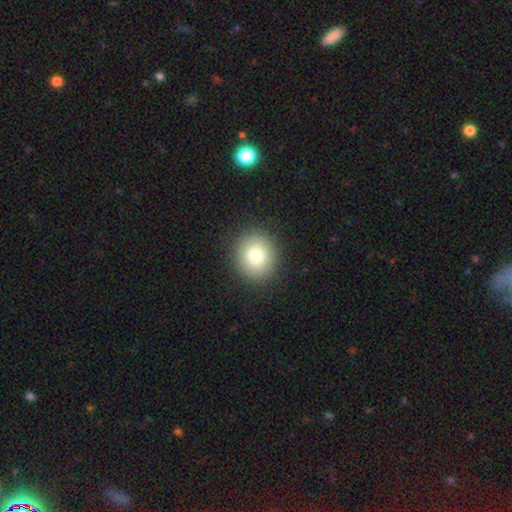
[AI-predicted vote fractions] Q: Smooth or featured?
A: smooth (81%); runner-up: star or artifact (10%)
Q: How rounded?
A: round (88%); runner-up: in between (12%)
Q: Merging?
A: none (91%); runner-up: minor disturbance (6%)